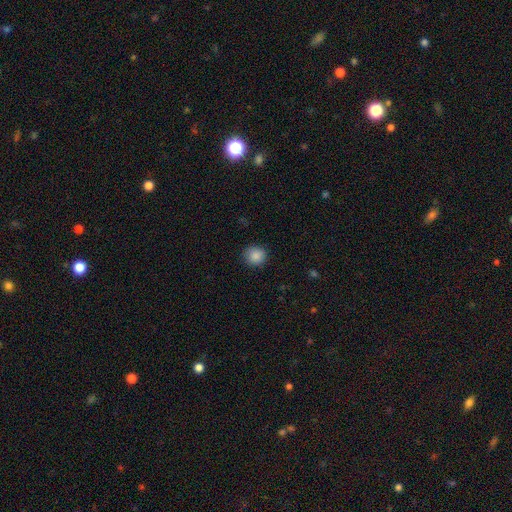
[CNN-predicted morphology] Smooth or featured: smooth — 87% (star or artifact — 9%)
How rounded: round — 88% (in between — 11%)
Merging: none — 88% (minor disturbance — 9%)